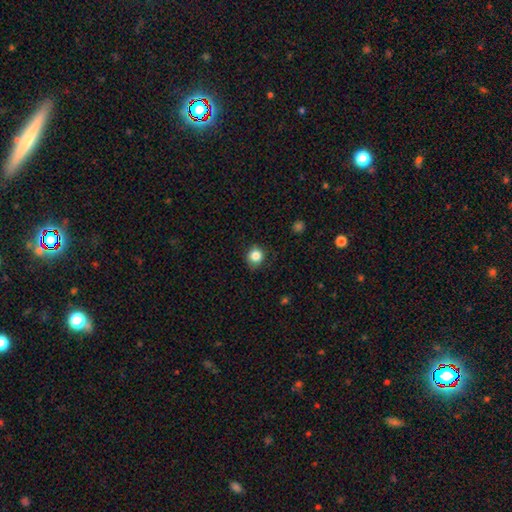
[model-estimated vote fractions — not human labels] A smooth galaxy with no disk features (84%) that is round (89%). Merging: none (83%).